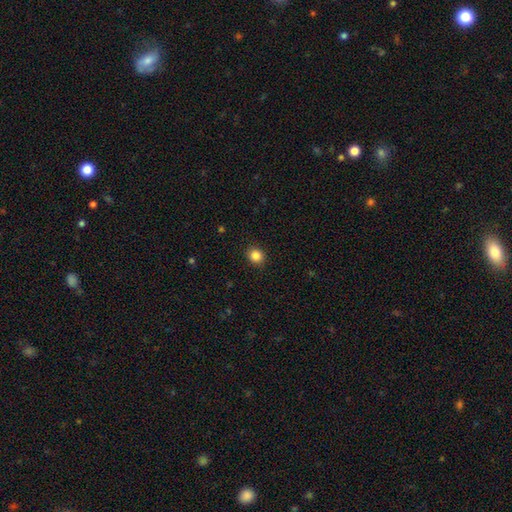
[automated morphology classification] This is clearly a smooth galaxy (85%). How rounded: likely round (73%). Merging: clearly none (91%).